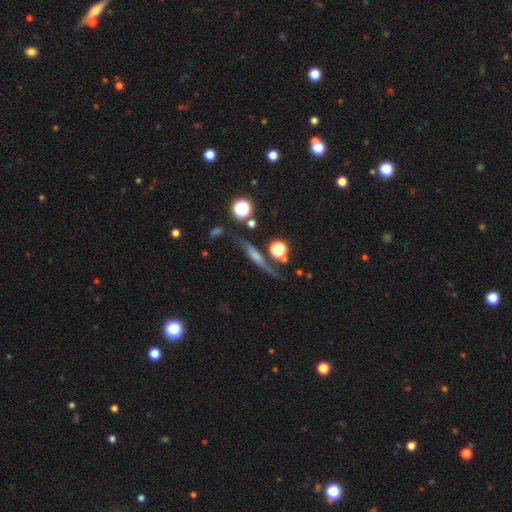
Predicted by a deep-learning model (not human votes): Overall: featured or disk (48%; smooth 38%). Merging: none (65%).